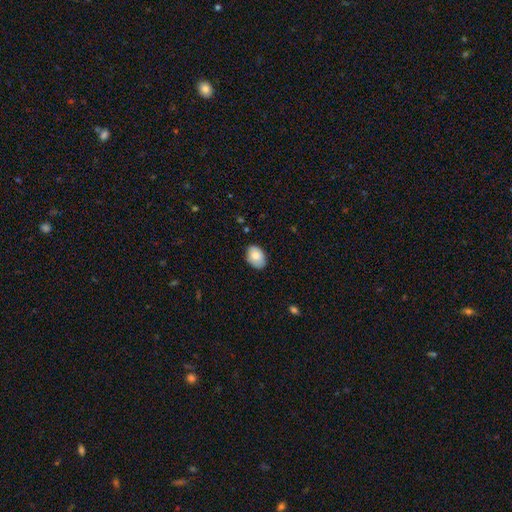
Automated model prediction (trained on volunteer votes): smooth_or_featured: smooth (p=0.82) [alt: featured or disk p=0.11]
how_rounded: in between (p=0.83) [alt: round p=0.16]
merging: none (p=0.82) [alt: minor disturbance p=0.14]